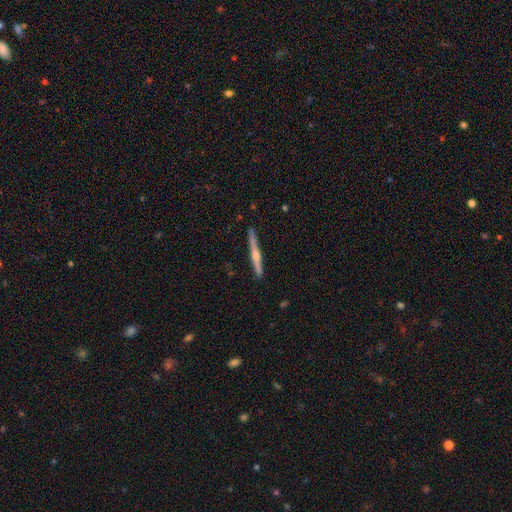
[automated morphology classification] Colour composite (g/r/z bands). It shows a featured or disk galaxy (75%) viewed edge-on (98%) with a rounded central bulge (84%). Merging: none (90%).